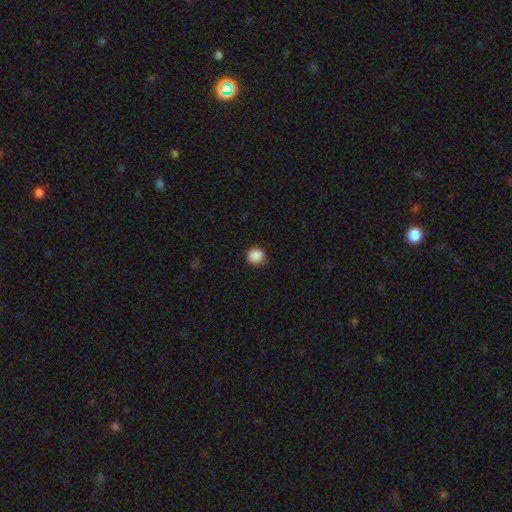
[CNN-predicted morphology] The model was most divided on "merging": none: 86%, minor disturbance: 10%, major disturbance: 2%, merger: 1%. More confident: how rounded — round (89%); smooth or featured — smooth (88%).